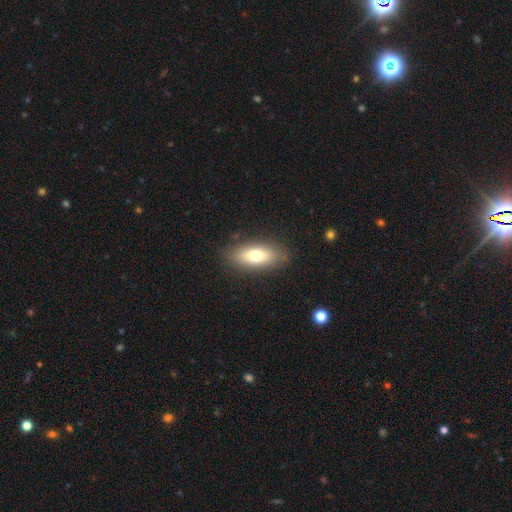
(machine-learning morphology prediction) Smooth or featured? smooth (72%)
How rounded? in between (79%)
Merging? none (85%)